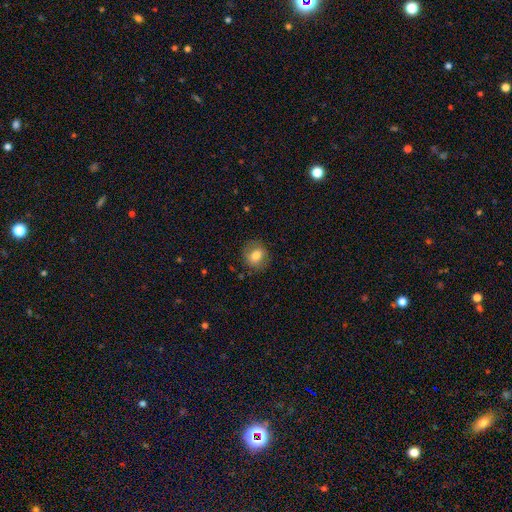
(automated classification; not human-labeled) Smooth or featured: smooth — 76% (featured or disk — 15%)
How rounded: round — 74% (in between — 25%)
Merging: none — 82% (minor disturbance — 12%)